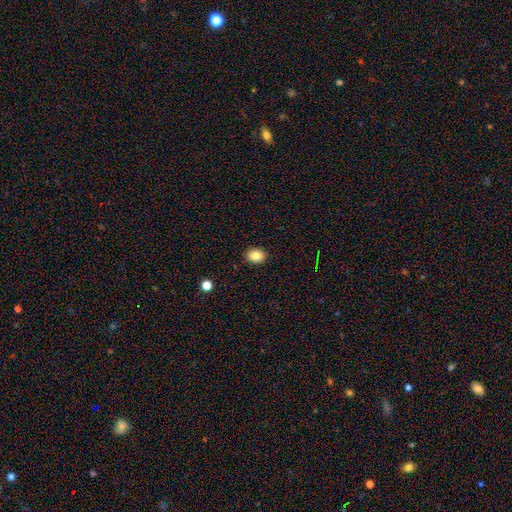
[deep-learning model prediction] Morphology: type=smooth (84%); roundness=in between (55%); merging=none (90%).